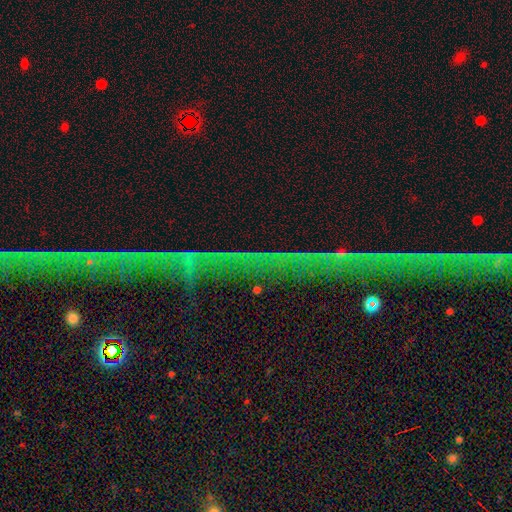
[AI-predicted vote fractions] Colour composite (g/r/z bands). It shows a star or artifact, not a galaxy (84%).